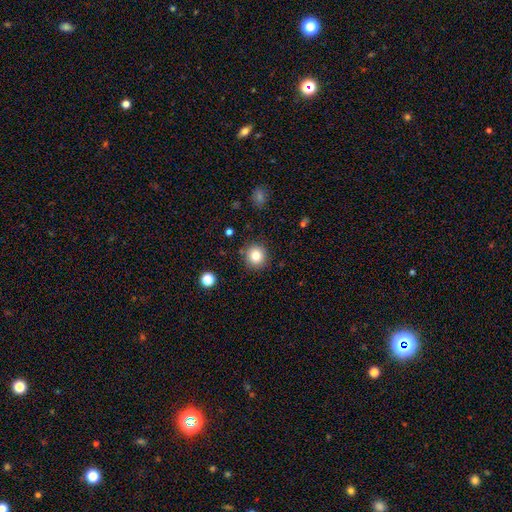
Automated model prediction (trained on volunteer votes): Smooth or featured? Predicted: smooth (p=0.83). How rounded? Predicted: round (p=0.91). Merging? Predicted: none (p=0.87).